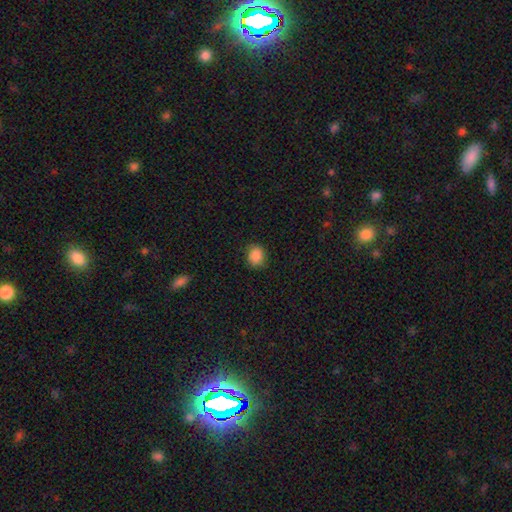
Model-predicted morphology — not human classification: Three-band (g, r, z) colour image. It shows a smooth galaxy with no disk features (87%) that is round (68%). Merging: none (87%).